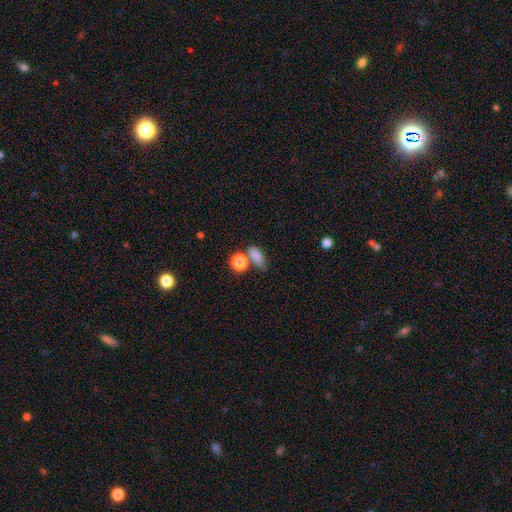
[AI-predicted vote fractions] Morphology: type=smooth (82%); roundness=in between (74%); merging=none (50%).